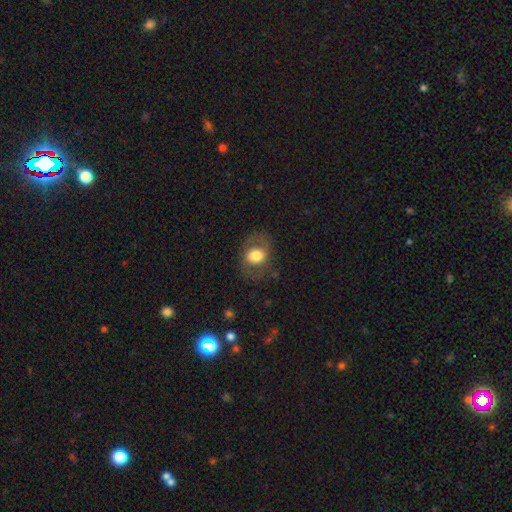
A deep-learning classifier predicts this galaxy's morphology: Overall: smooth (64%; featured or disk 29%). How rounded: in between (52%; round 47%). Merging: none (71%).